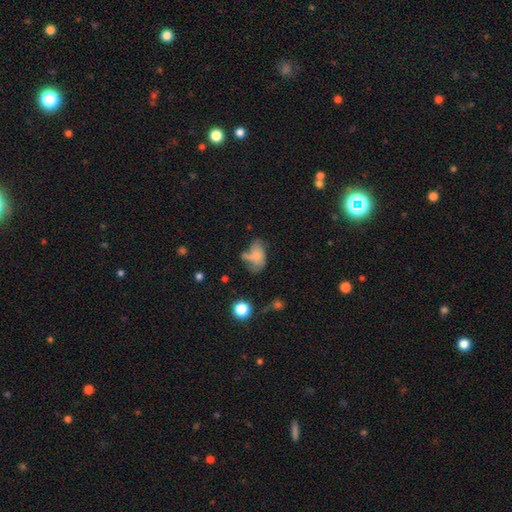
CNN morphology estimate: This appears to be a smooth galaxy with no disk features (60%) that is in between round and cigar-shaped (84%). Merging: none (30%).